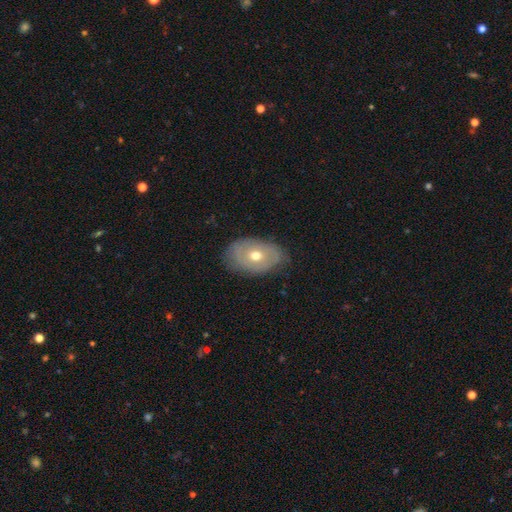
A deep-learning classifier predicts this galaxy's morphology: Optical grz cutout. It shows a featured or disk galaxy (48%). Merging: none (70%).